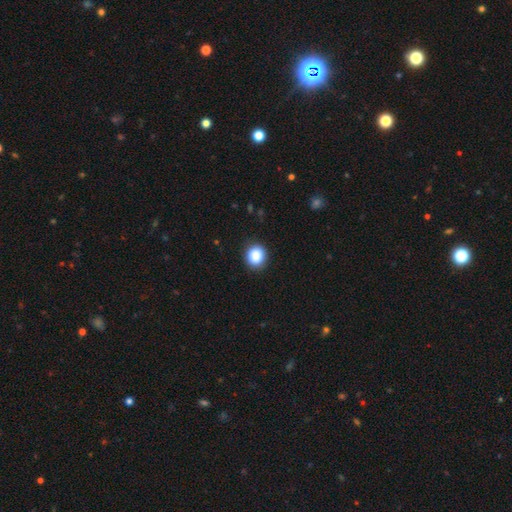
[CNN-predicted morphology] Q: Smooth or featured?
A: smooth (87%); runner-up: star or artifact (9%)
Q: How rounded?
A: round (80%); runner-up: in between (19%)
Q: Merging?
A: none (89%); runner-up: minor disturbance (8%)